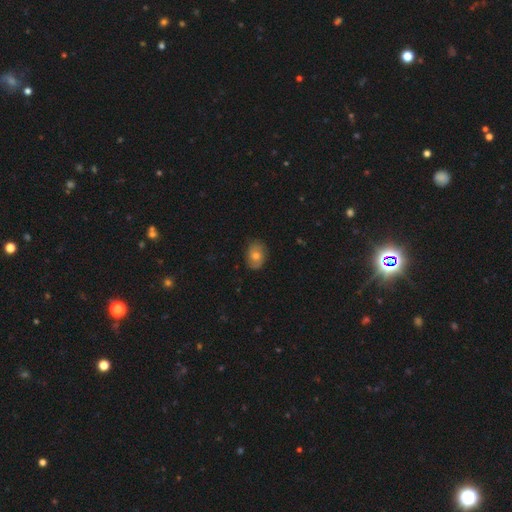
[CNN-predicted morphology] This appears to be a smooth galaxy with no disk features (58%) that is in between round and cigar-shaped (64%). Merging: none (80%).